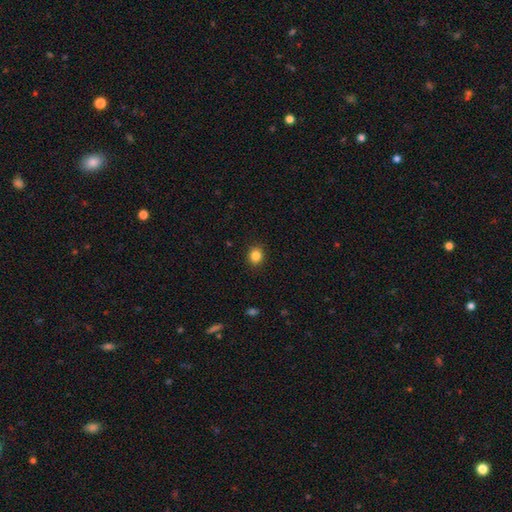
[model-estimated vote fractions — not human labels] smooth-or-featured: smooth: 86% | star or artifact: 11% | featured or disk: 4%
  how-rounded: round: 75% | in between: 24% | cigar-shaped: 1%
  merging: none: 90% | minor disturbance: 7% | major disturbance: 2% | merger: 1%